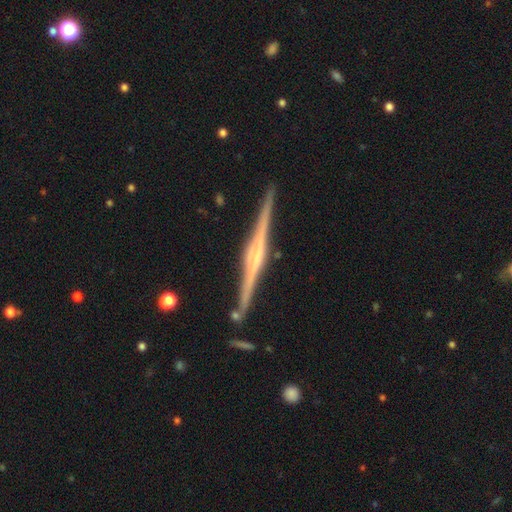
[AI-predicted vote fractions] Smooth or featured: featured or disk — 88% (smooth — 7%)
Edge-on disk: yes — 99% (no — 1%)
Edge-on bulge: rounded — 55% (boxy — 31%)
Merging: none — 89% (minor disturbance — 7%)